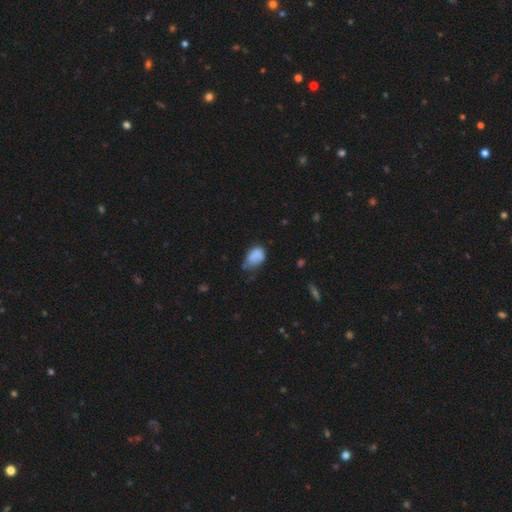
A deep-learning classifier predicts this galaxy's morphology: A smooth galaxy with no disk features (81%) that is in between round and cigar-shaped (80%). Merging: minor disturbance (43%).